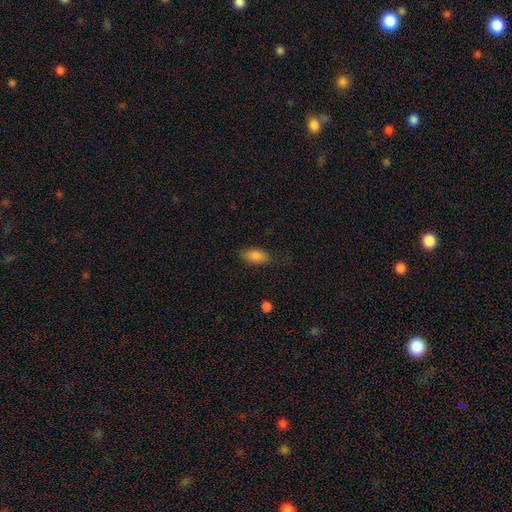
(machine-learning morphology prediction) smooth 85%, star or artifact 8%, featured or disk 7%. Down the decision tree: how rounded — in between (90%); merging — none (77%).